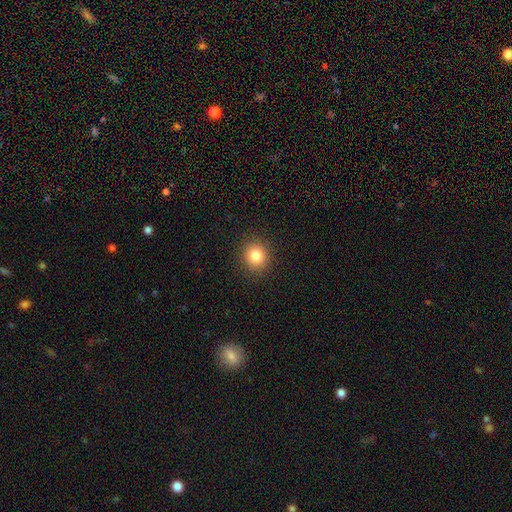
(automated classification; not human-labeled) Smooth or featured?
  - smooth: 83% *
  - star or artifact: 11%
  - featured or disk: 6%
How rounded?
  - round: 83% *
  - in between: 16%
  - cigar-shaped: 1%
Merging?
  - none: 90% *
  - minor disturbance: 6%
  - major disturbance: 2%
  - merger: 1%